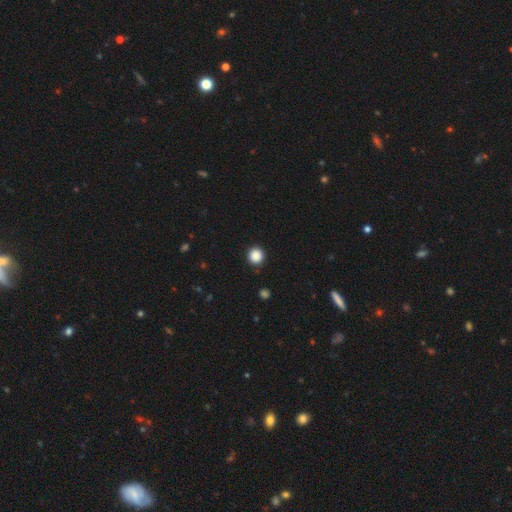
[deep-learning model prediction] A smooth galaxy with no disk features (87%) that is round (95%). Merging: none (91%).